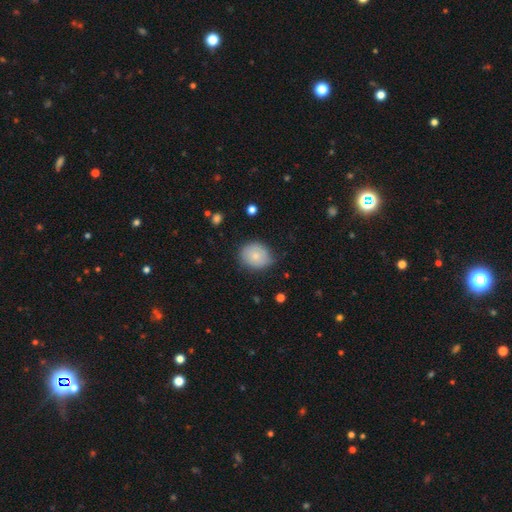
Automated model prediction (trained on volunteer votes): This appears to be a smooth galaxy with no disk features (77%) that is round (67%). Merging: none (71%).